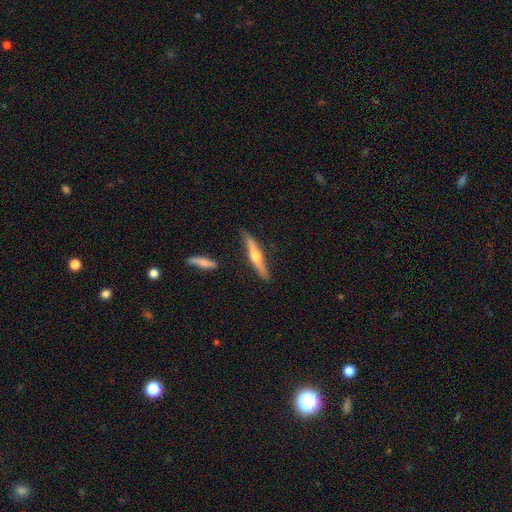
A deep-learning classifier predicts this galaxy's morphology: A featured or disk galaxy (60%) viewed edge-on (96%) with a rounded central bulge (91%).

Vote fractions:
- Smooth or featured? featured or disk: 60% / smooth: 35% / star or artifact: 5%
- Edge-on disk? yes: 96% / no: 4%
- Edge-on bulge? rounded: 91% / none: 5% / boxy: 3%
- Merging? none: 83% / minor disturbance: 12% / merger: 3% / major disturbance: 2%